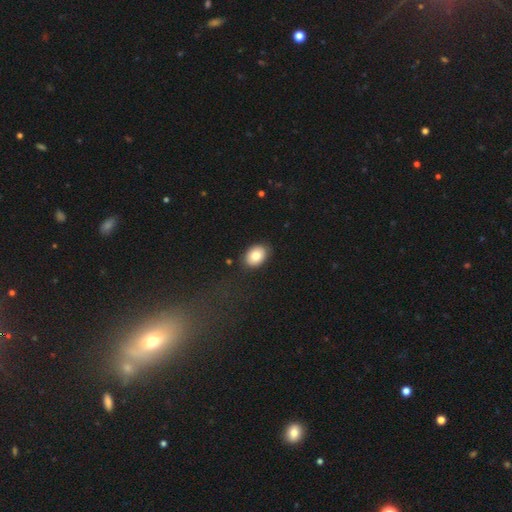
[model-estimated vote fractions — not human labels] smooth 81%, featured or disk 11%, star or artifact 8%. Down the decision tree: how rounded — in between (77%); merging — none (86%).